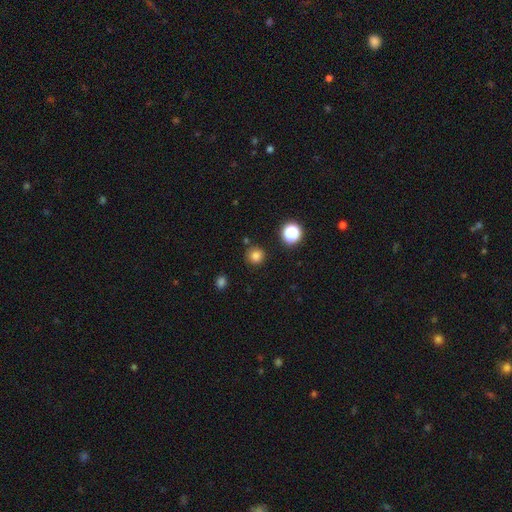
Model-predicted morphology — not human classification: Smooth or featured? smooth (80%)
How rounded? round (93%)
Merging? none (86%)